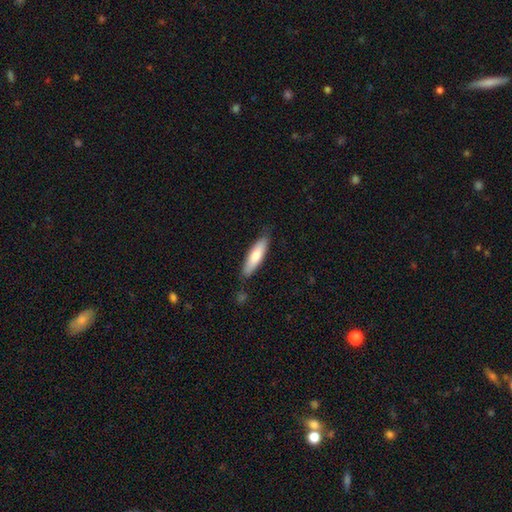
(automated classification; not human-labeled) This appears to be a smooth galaxy with no disk features (71%) that is cigar-shaped (65%). Merging: none (82%).